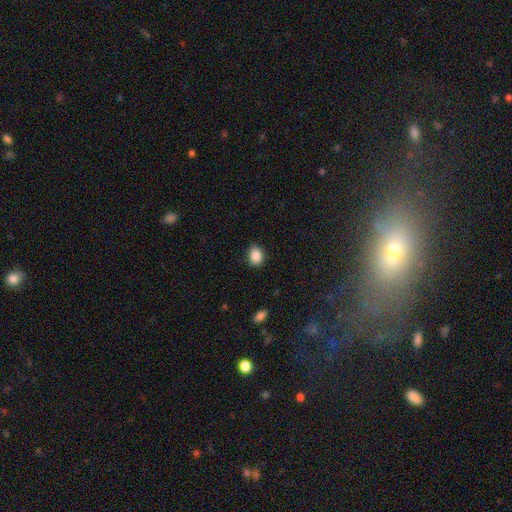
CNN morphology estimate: Overall: smooth (88%). How rounded: in between (59%; round 40%). Merging: none (85%).